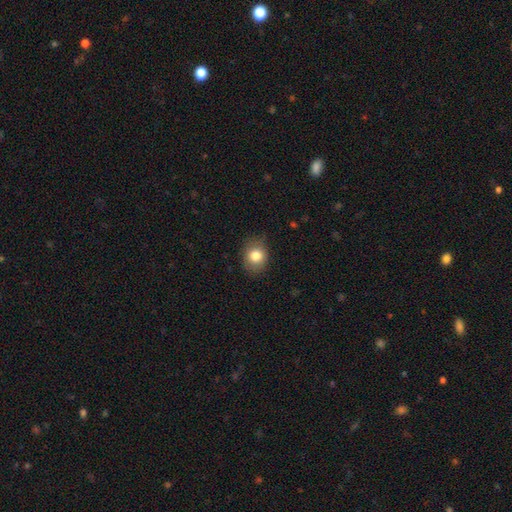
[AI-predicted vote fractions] smooth-or-featured: smooth: 82% | star or artifact: 9% | featured or disk: 9%
  how-rounded: round: 60% | in between: 40% | cigar-shaped: 1%
  merging: none: 81% | minor disturbance: 15% | major disturbance: 4% | merger: 1%